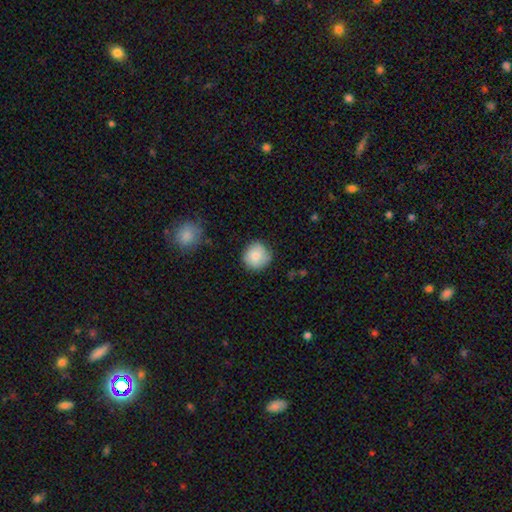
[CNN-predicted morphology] A smooth galaxy with no disk features (81%) that is round (91%). Merging: none (81%).